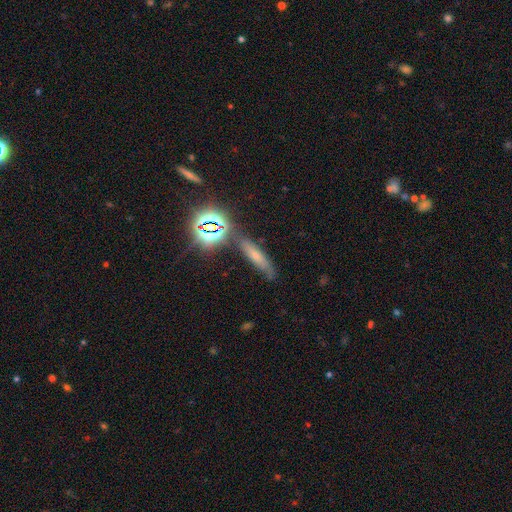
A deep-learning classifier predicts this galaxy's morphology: Overall: smooth (54%; featured or disk 25%). How rounded: cigar-shaped (71%). Merging: none (70%).